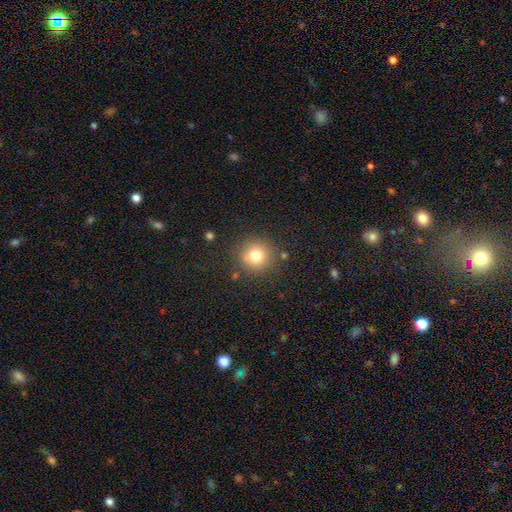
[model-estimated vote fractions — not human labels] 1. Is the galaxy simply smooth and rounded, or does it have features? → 76% smooth, 14% star or artifact, 9% featured or disk.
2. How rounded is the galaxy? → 94% round, 6% in between, 1% cigar-shaped.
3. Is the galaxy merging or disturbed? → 85% none, 9% minor disturbance, 3% major disturbance, 3% merger.